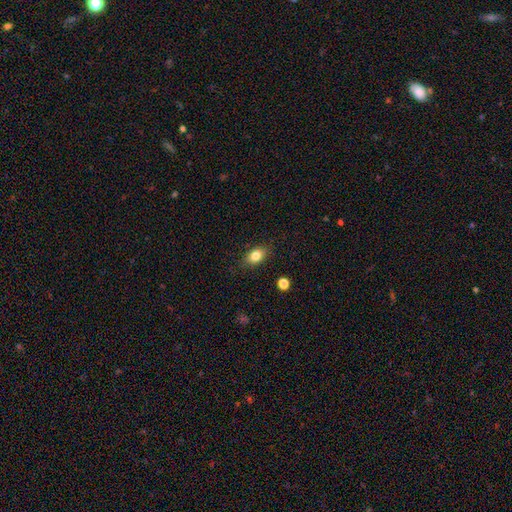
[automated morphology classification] Overall: smooth (82%). How rounded: in between (82%). Merging: none (84%).